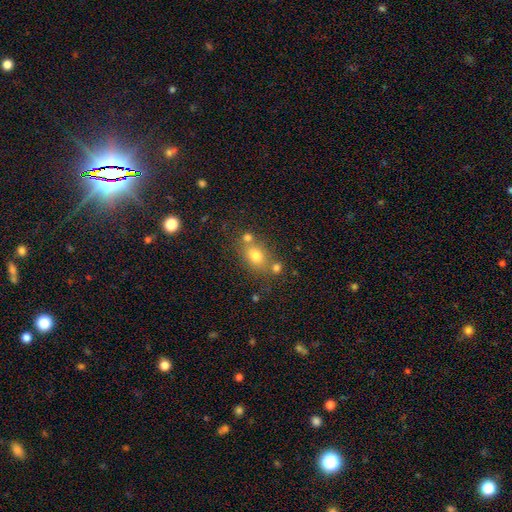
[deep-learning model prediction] Q: Smooth or featured?
A: smooth (73%); runner-up: star or artifact (14%)
Q: How rounded?
A: in between (61%); runner-up: round (37%)
Q: Merging?
A: none (60%); runner-up: merger (21%)